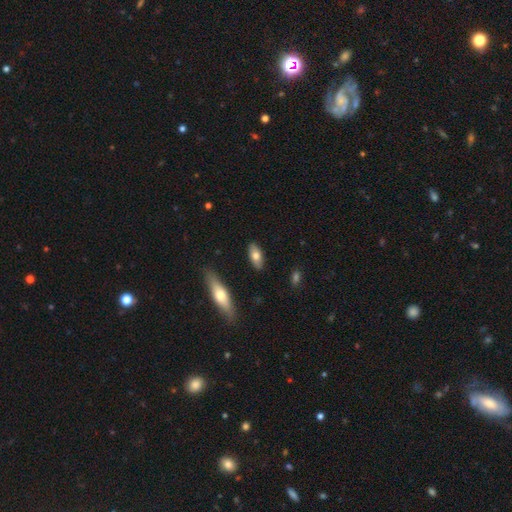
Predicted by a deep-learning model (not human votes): Smooth or featured? smooth (72%)
How rounded? in between (83%)
Merging? none (87%)